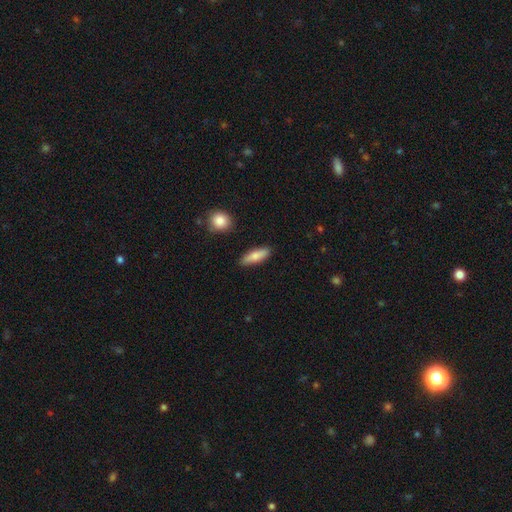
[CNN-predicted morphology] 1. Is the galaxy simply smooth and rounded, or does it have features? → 79% smooth, 15% featured or disk, 6% star or artifact.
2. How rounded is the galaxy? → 50% in between, 47% cigar-shaped, 3% round.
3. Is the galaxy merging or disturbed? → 87% none, 9% minor disturbance, 2% merger, 2% major disturbance.